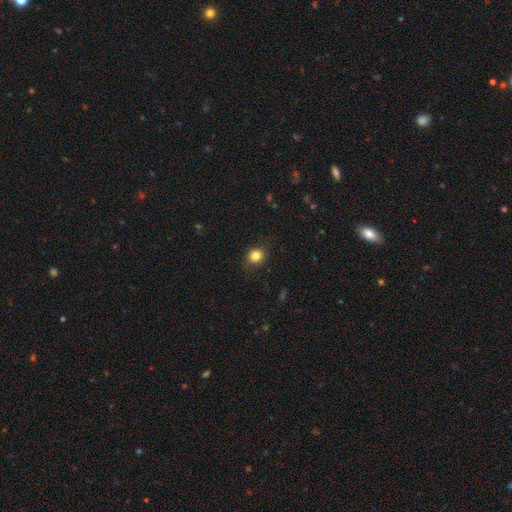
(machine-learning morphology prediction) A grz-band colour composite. It shows a smooth galaxy with no disk features (83%) that is round (77%). Merging: none (85%).